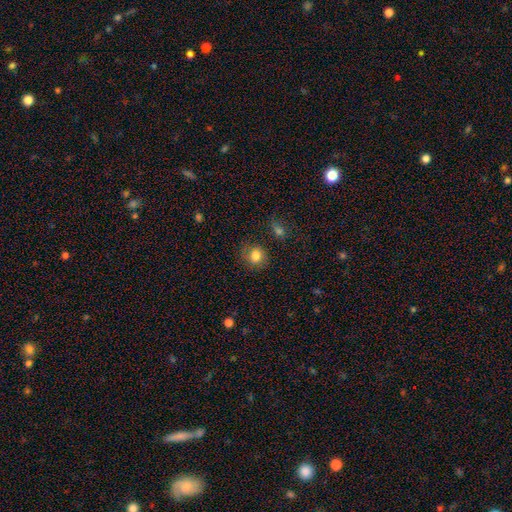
Smooth or featured? 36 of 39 (92%) said smooth. How rounded? 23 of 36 (64%) said round. Merging? 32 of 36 (89%) said none.